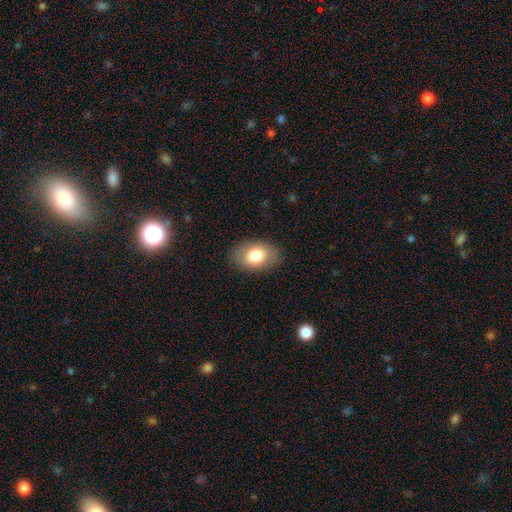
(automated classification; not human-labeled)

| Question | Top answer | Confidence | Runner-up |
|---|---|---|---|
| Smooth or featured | smooth | 79% | featured or disk (14%) |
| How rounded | in between | 84% | round (15%) |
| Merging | none | 85% | minor disturbance (11%) |